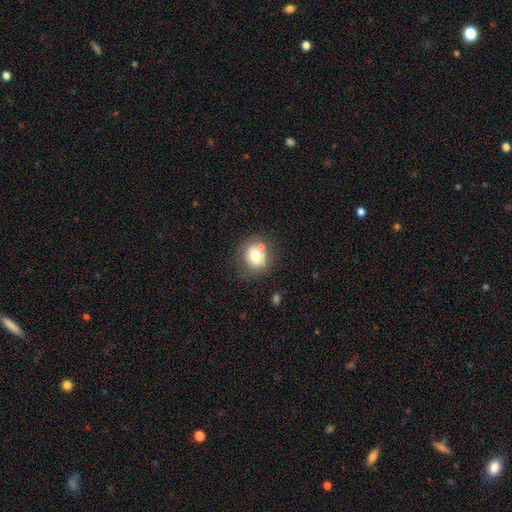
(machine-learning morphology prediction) Smooth or featured: smooth — 73% (featured or disk — 16%)
How rounded: round — 76% (in between — 23%)
Merging: none — 66% (merger — 15%)